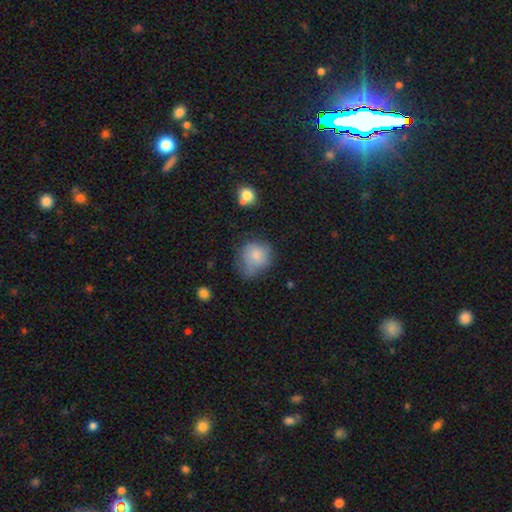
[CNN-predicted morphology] Smooth or featured?
  - smooth: 75% *
  - featured or disk: 16%
  - star or artifact: 9%
How rounded?
  - round: 71% *
  - in between: 28%
  - cigar-shaped: 1%
Merging?
  - none: 39% *
  - minor disturbance: 36%
  - major disturbance: 22%
  - merger: 4%